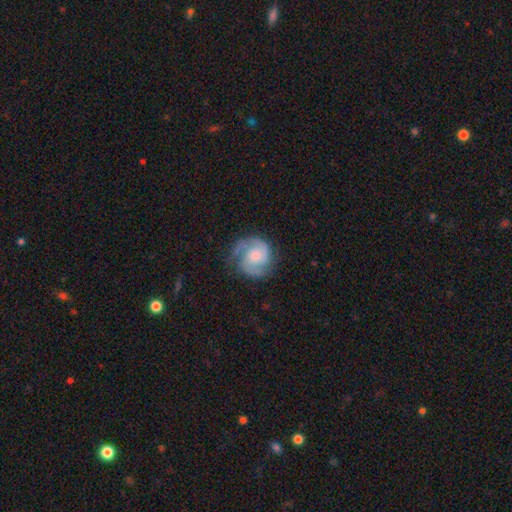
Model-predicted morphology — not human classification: Overall: featured or disk (83%). Edge-on disk: no (98%). Bar: no (67%; weak 28%). Spiral arms: yes (97%). Spiral arm count: 2 (83%). Spiral winding: medium (45%; tight 44%). Bulge size: small (42%; moderate 37%). Merging: none (73%).